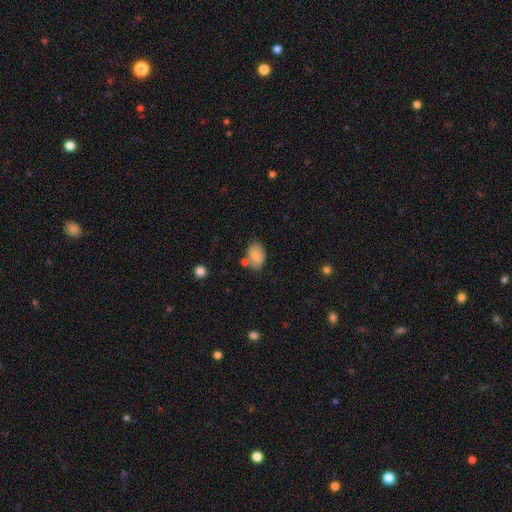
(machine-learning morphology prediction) A smooth galaxy with no disk features (79%) that is in between round and cigar-shaped (83%).

Vote fractions:
- Smooth or featured? smooth: 79% / featured or disk: 13% / star or artifact: 8%
- How rounded? in between: 83% / round: 16% / cigar-shaped: 1%
- Merging? none: 66% / minor disturbance: 20% / merger: 9% / major disturbance: 4%